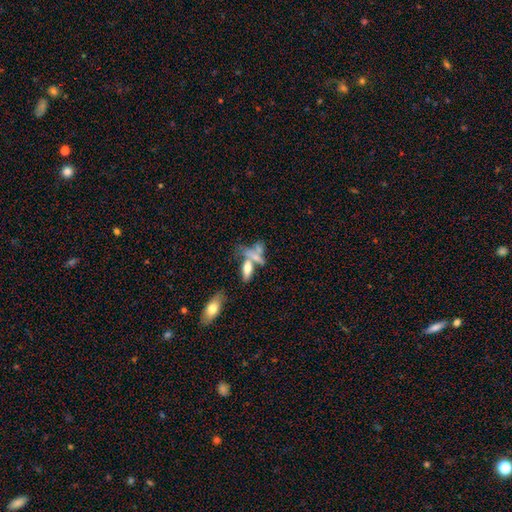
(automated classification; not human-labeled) This appears to be a smooth galaxy with no disk features (60%) that is in between round and cigar-shaped (51%). Merging: merger (45%).